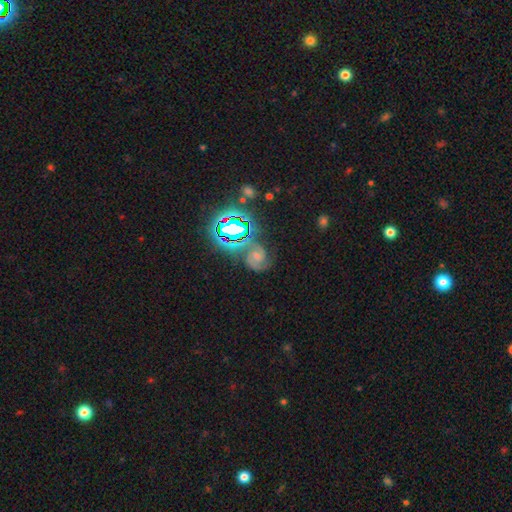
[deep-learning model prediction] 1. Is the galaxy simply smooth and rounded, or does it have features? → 66% featured or disk, 20% star or artifact, 14% smooth.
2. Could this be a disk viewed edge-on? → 97% no, 3% yes.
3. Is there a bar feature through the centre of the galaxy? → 57% no, 32% weak, 11% strong.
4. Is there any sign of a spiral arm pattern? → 96% yes, 4% no.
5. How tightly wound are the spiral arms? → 51% medium, 36% tight, 13% loose.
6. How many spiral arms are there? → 82% 2, 6% can't tell, 5% 3, 4% 1, 2% 4, 1% more than 4.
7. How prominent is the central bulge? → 39% small, 36% moderate, 15% none, 8% large, 2% dominant.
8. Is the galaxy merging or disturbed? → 62% none, 20% minor disturbance, 11% major disturbance, 7% merger.